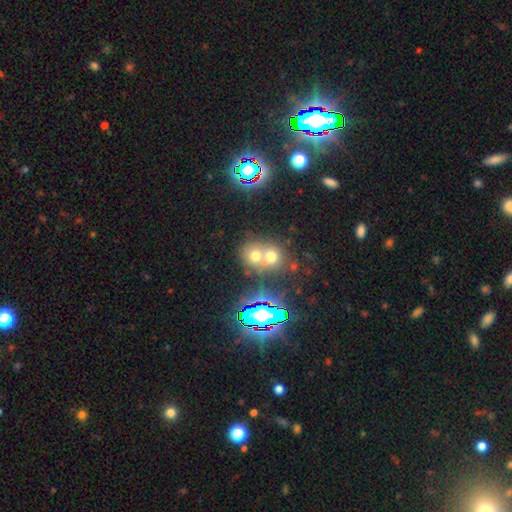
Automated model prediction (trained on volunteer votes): smooth_or_featured: smooth (p=0.58) [alt: star or artifact p=0.25]
how_rounded: round (p=0.73) [alt: in between p=0.26]
merging: merger (p=0.61) [alt: none p=0.31]